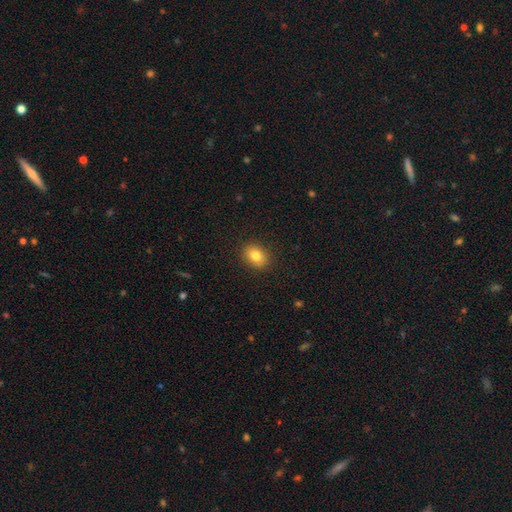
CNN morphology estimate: A smooth galaxy with no disk features (81%) that is in between round and cigar-shaped (58%).

Vote fractions:
- Smooth or featured? smooth: 81% / star or artifact: 10% / featured or disk: 9%
- How rounded? in between: 58% / round: 41% / cigar-shaped: 1%
- Merging? none: 89% / minor disturbance: 8% / major disturbance: 2% / merger: 1%